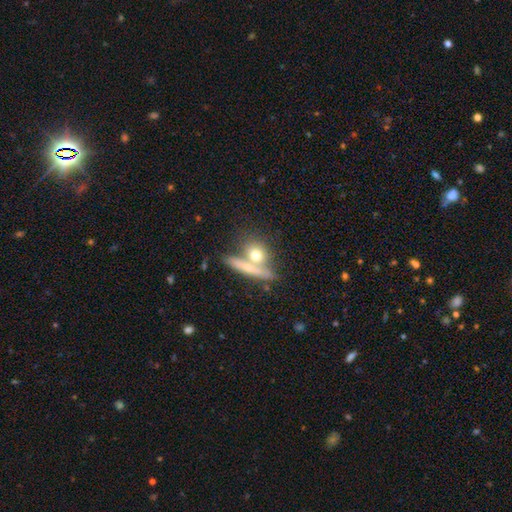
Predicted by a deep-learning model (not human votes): This is possibly a smooth galaxy (54%). How rounded: possibly round (48%). Merging: possibly none (47%).